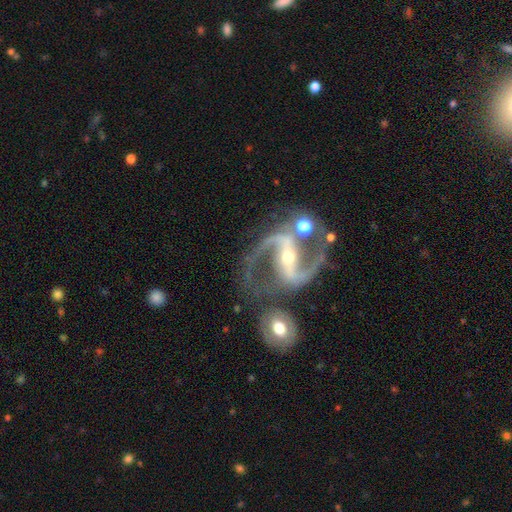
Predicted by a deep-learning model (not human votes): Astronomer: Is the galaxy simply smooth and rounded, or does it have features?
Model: featured or disk — 92%.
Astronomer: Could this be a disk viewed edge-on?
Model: no — 98%.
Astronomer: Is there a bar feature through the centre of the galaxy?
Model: strong — 57%.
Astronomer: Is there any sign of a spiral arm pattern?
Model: yes — 98%.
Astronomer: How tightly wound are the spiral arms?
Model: medium — 56%.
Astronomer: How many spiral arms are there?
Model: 2 — 93%.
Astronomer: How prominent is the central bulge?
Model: small — 62%.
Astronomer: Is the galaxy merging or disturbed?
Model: none — 55%.